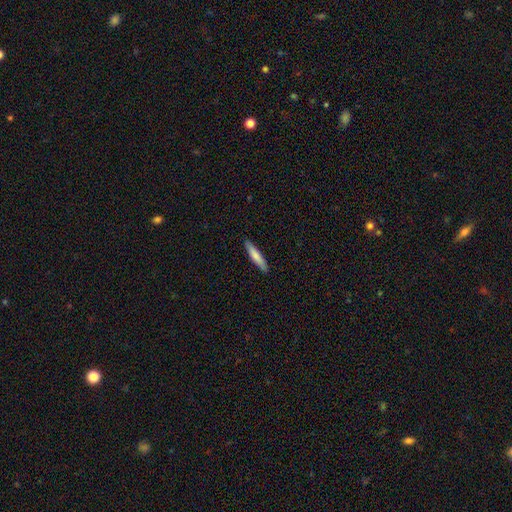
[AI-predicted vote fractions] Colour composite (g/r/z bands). It shows a smooth galaxy with no disk features (78%) that is cigar-shaped (89%). Merging: none (90%).